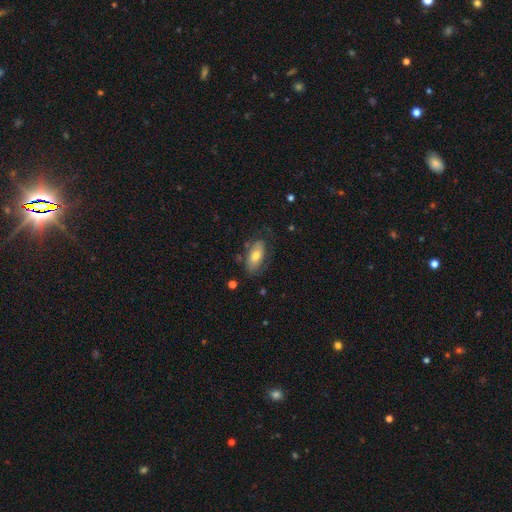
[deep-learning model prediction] Smooth or featured?
  - smooth: 63% *
  - featured or disk: 30%
  - star or artifact: 7%
How rounded?
  - in between: 89% *
  - cigar-shaped: 8%
  - round: 4%
Merging?
  - none: 67% *
  - minor disturbance: 22%
  - major disturbance: 8%
  - merger: 3%